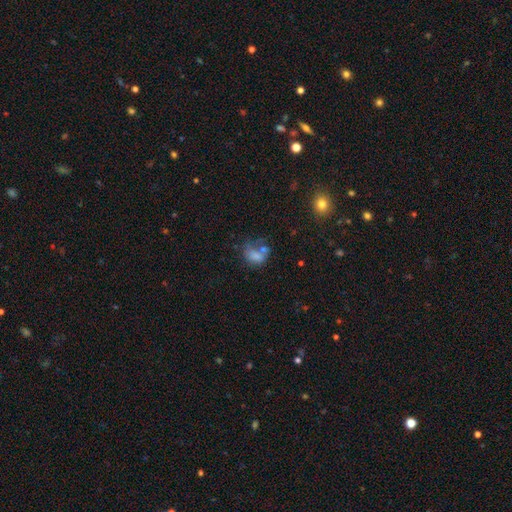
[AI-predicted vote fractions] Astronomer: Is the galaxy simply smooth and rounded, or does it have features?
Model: smooth — 65%.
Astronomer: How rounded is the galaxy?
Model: in between — 77%.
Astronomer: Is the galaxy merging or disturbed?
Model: merger — 31% (runner-up: none, 27%).